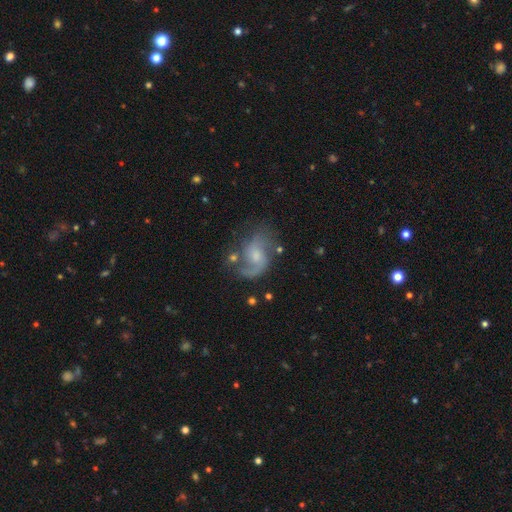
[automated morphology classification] This appears to be a featured or disk galaxy (79%) with no bar (55%), 2 (67%) medium (44%, tied with loose) spiral arms (93%) and a small central bulge (43%). Merging: none (55%).